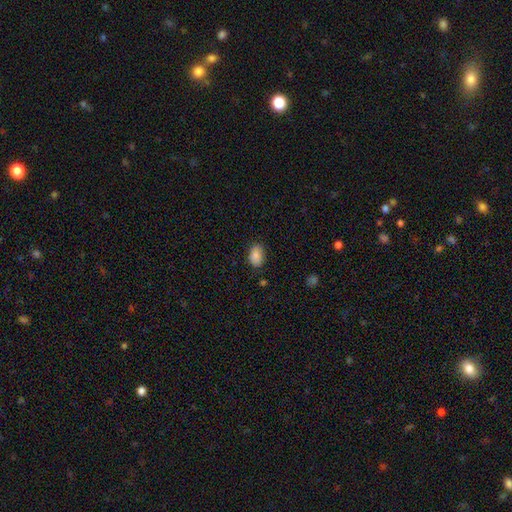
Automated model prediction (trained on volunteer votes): smooth 87%, star or artifact 8%, featured or disk 5%. Down the decision tree: how rounded — in between (89%); merging — none (80%).